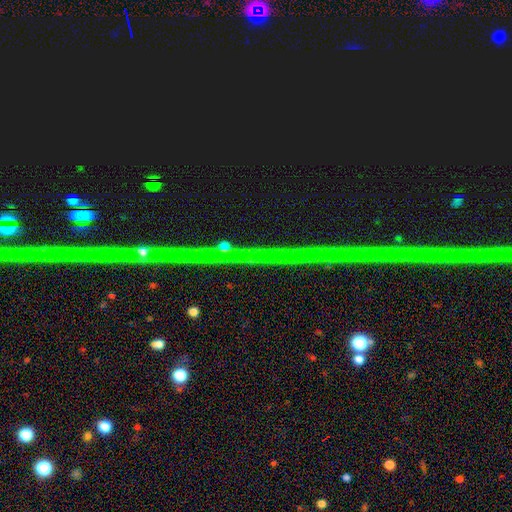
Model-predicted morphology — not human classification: Q: Smooth or featured?
A: star or artifact (86%); runner-up: featured or disk (9%)